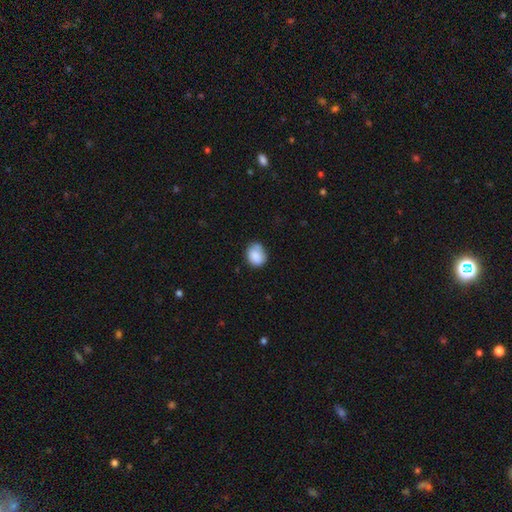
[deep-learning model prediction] smooth-or-featured: smooth: 85% | star or artifact: 8% | featured or disk: 7%
  how-rounded: round: 55% | in between: 44% | cigar-shaped: 1%
  merging: none: 65% | minor disturbance: 27% | major disturbance: 5% | merger: 3%